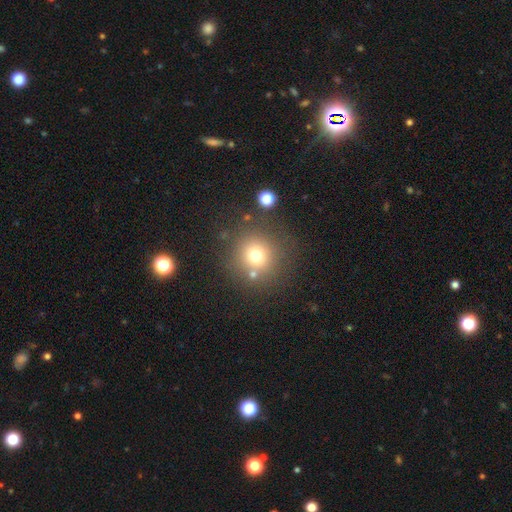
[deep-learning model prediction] A smooth galaxy with no disk features (71%) that is round (92%).

Vote fractions:
- Smooth or featured? smooth: 71% / star or artifact: 17% / featured or disk: 12%
- How rounded? round: 92% / in between: 7% / cigar-shaped: 1%
- Merging? none: 78% / minor disturbance: 9% / merger: 7% / major disturbance: 5%